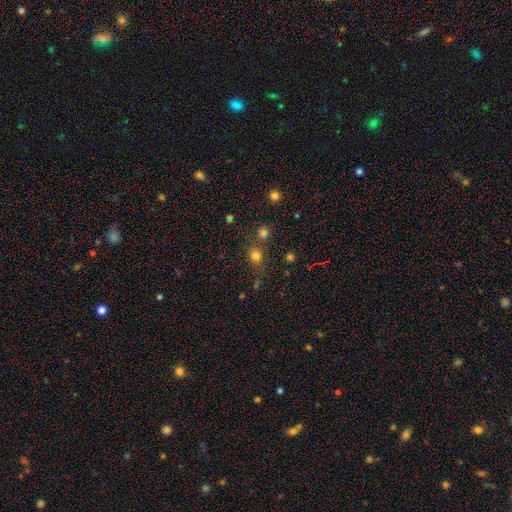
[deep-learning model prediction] Smooth or featured: smooth — 75% (star or artifact — 19%)
How rounded: round — 76% (in between — 23%)
Merging: none — 68% (merger — 17%)